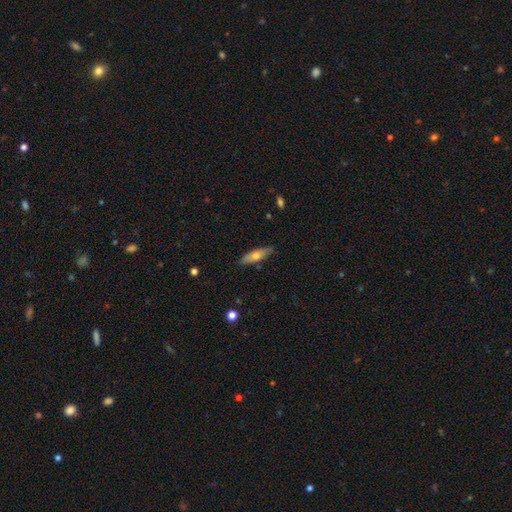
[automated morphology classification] Smooth or featured?
  - smooth: 61% *
  - featured or disk: 33%
  - star or artifact: 6%
How rounded?
  - cigar-shaped: 51% *
  - in between: 46%
  - round: 2%
Merging?
  - none: 85% *
  - minor disturbance: 11%
  - major disturbance: 2%
  - merger: 2%